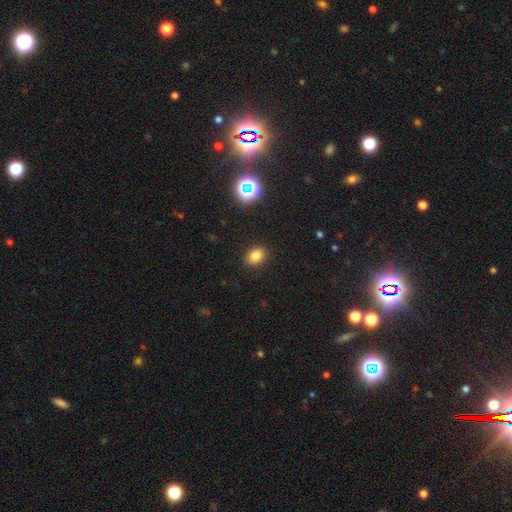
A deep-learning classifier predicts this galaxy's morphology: This appears to be a smooth galaxy with no disk features (78%) that is in between round and cigar-shaped (57%). Merging: none (90%).